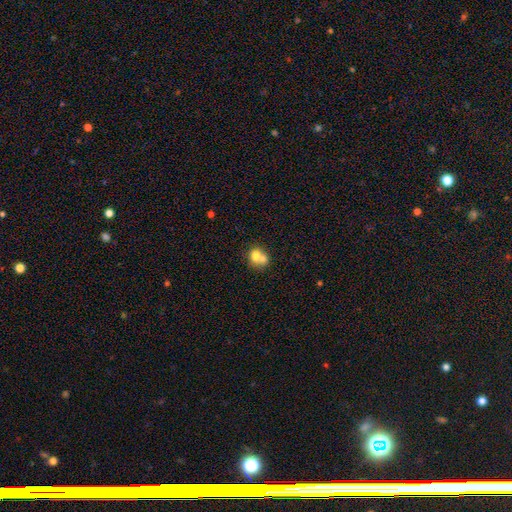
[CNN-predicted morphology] The model was most divided on "merging": merger: 62%, none: 28%, minor disturbance: 7%, major disturbance: 3%. More confident: smooth or featured — smooth (69%); how rounded — round (68%).